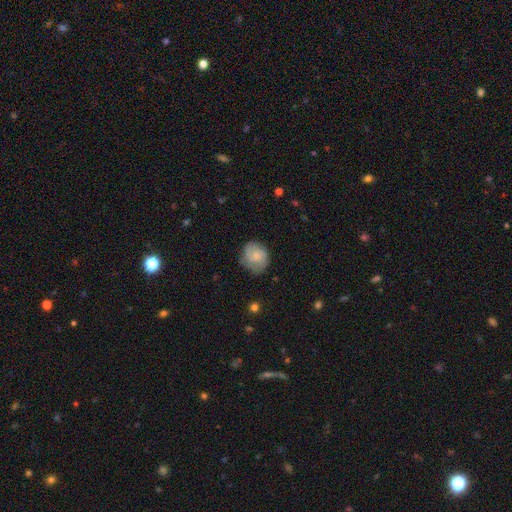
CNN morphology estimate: Smooth or featured? Predicted: smooth (p=0.55). How rounded? Predicted: round (p=0.77). Merging? Predicted: none (p=0.69).